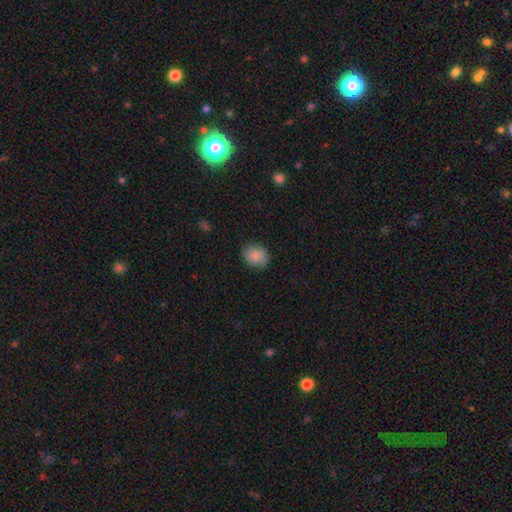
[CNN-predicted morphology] smooth_or_featured: smooth (p=0.87) [alt: star or artifact p=0.08]
how_rounded: round (p=0.53) [alt: in between p=0.46]
merging: none (p=0.81) [alt: minor disturbance p=0.15]